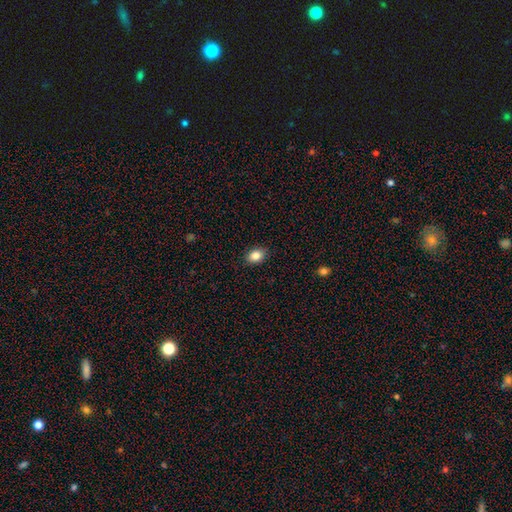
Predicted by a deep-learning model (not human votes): The model was most divided on "how rounded": in between: 73%, round: 26%, cigar-shaped: 1%. More confident: merging — none (88%); smooth or featured — smooth (85%).